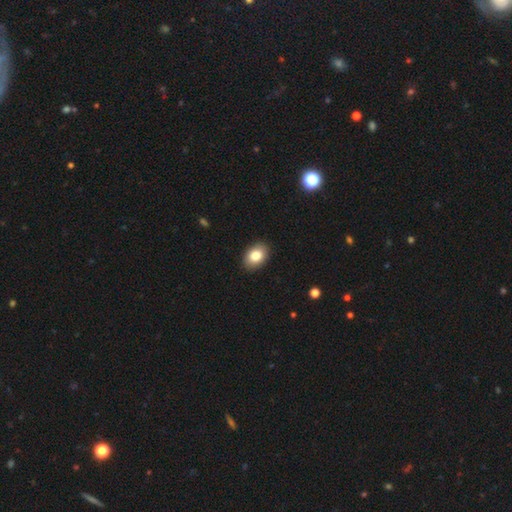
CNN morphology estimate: A smooth galaxy with no disk features (84%) that is in between round and cigar-shaped (80%).

Vote fractions:
- Smooth or featured? smooth: 84% / featured or disk: 9% / star or artifact: 8%
- How rounded? in between: 80% / round: 19% / cigar-shaped: 1%
- Merging? none: 90% / minor disturbance: 8% / major disturbance: 2% / merger: 1%